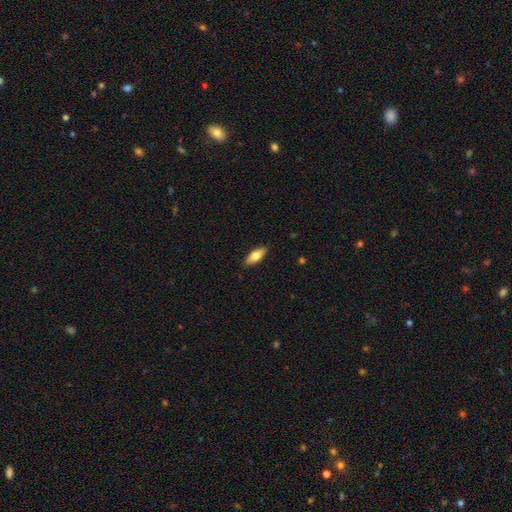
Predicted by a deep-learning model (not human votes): The model was most divided on "smooth or featured": smooth: 67%, featured or disk: 27%, star or artifact: 6%. More confident: merging — none (88%); how rounded — in between (69%).